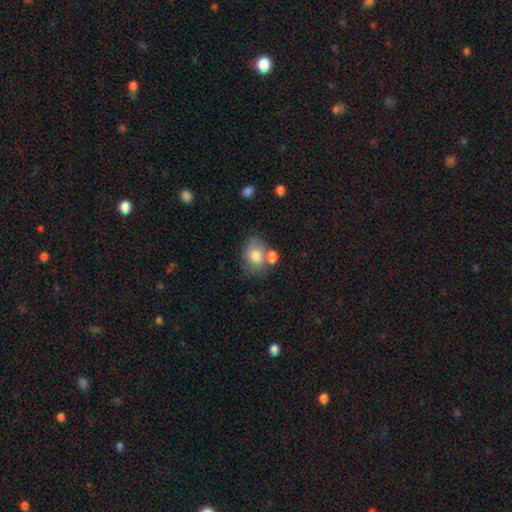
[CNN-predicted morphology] Smooth or featured? Predicted: smooth (p=0.75). How rounded? Predicted: in between (p=0.62). Merging? Predicted: none (p=0.47).